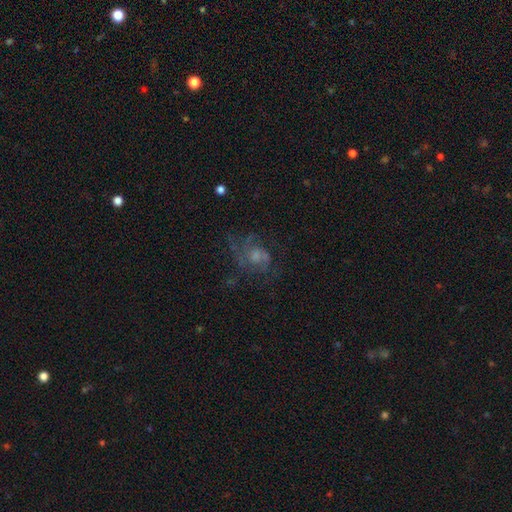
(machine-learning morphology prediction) type=featured or disk (60%); edge-on=no (97%); bar=no (72%); spiral arms=yes (77%); bulge=moderate (37%); merging=none (57%).